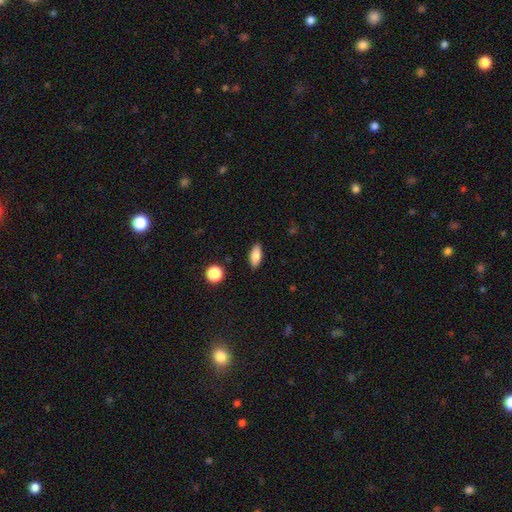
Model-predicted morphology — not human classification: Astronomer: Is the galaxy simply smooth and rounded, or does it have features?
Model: smooth — 82%.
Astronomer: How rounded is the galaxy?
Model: in between — 82%.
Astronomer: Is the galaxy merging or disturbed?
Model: none — 88%.